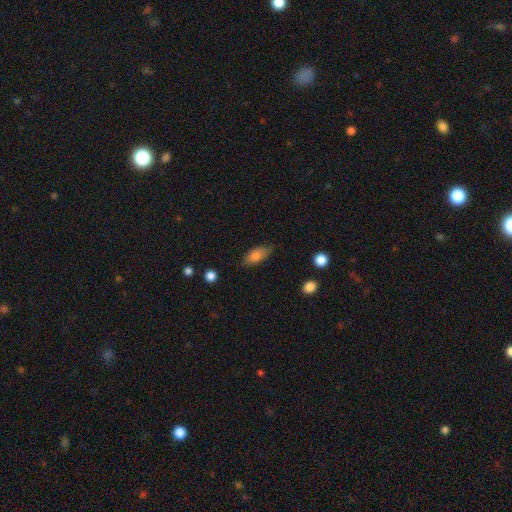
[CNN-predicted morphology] Smooth or featured: smooth — 80% (featured or disk — 12%)
How rounded: in between — 82% (cigar-shaped — 15%)
Merging: none — 76% (minor disturbance — 19%)